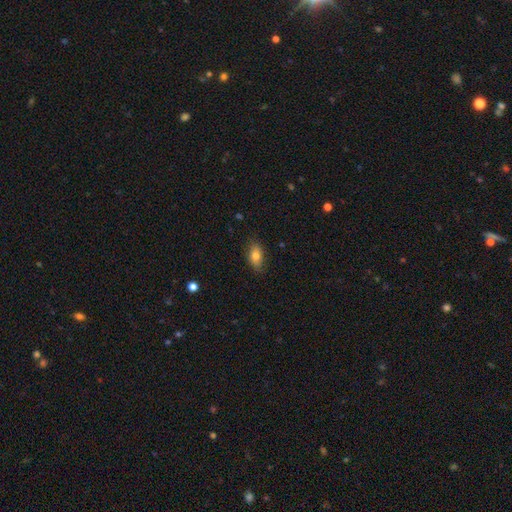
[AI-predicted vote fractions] The model was most divided on "smooth or featured": smooth: 77%, featured or disk: 14%, star or artifact: 9%. More confident: how rounded — in between (87%); merging — none (81%).